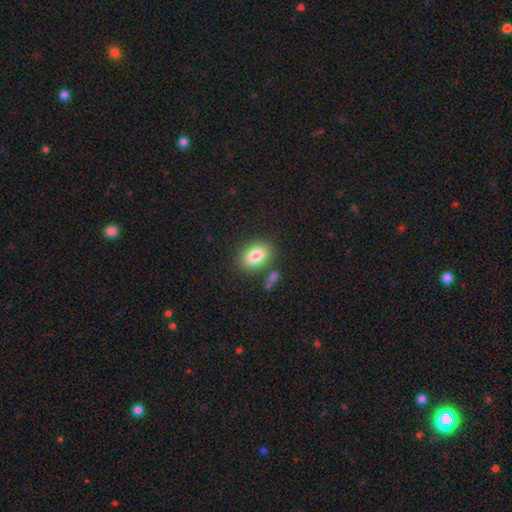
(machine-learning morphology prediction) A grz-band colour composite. It shows a smooth galaxy with no disk features (82%) that is in between round and cigar-shaped (85%). Merging: none (78%).